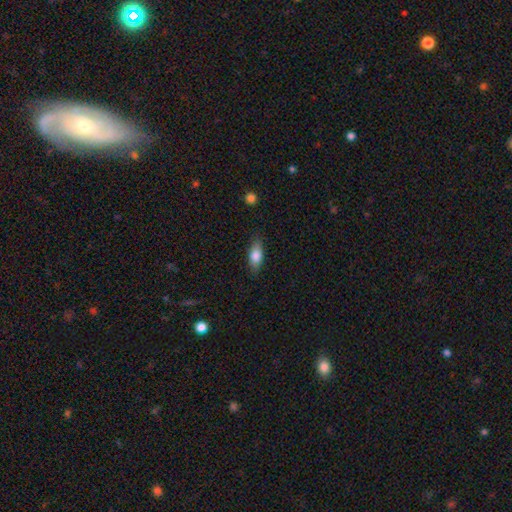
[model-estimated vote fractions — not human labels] This is likely a smooth galaxy (77%). How rounded: likely in between (74%). Merging: clearly none (82%).